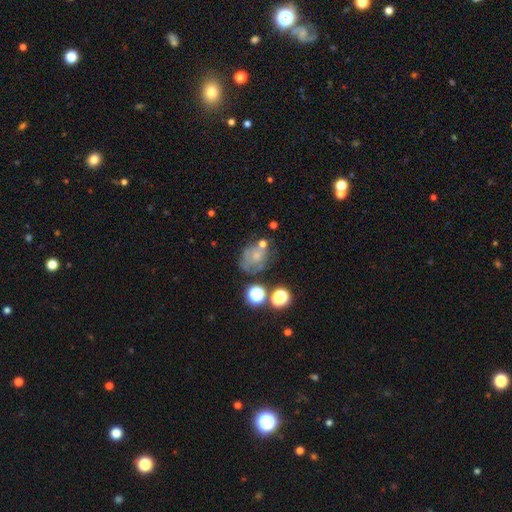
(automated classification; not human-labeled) smooth_or_featured: smooth (p=0.49) [alt: featured or disk p=0.35]
merging: none (p=0.41) [alt: minor disturbance p=0.25]